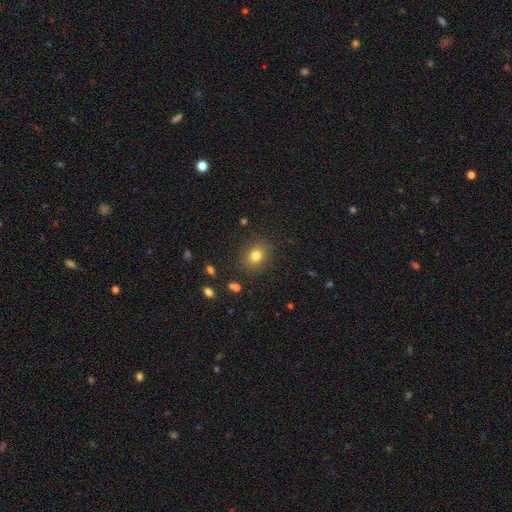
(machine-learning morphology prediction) A smooth galaxy with no disk features (79%) that is round (60%). Merging: none (87%).